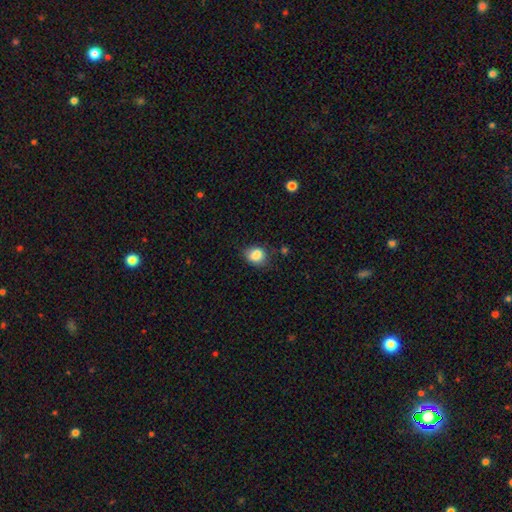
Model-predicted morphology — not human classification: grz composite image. It shows a smooth galaxy with no disk features (85%) that is round (53%). Merging: none (67%).